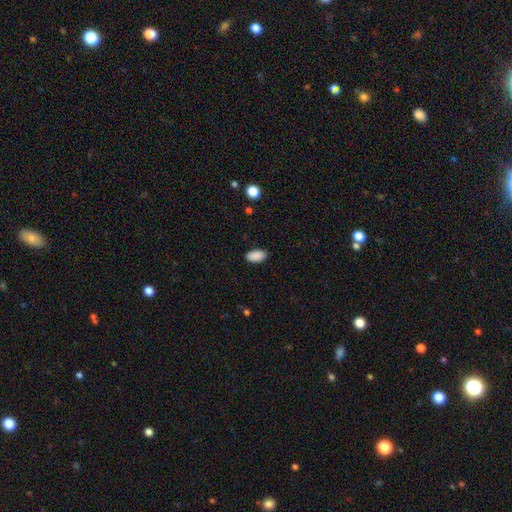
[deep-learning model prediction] Overall: smooth (90%). How rounded: in between (94%). Merging: none (87%).